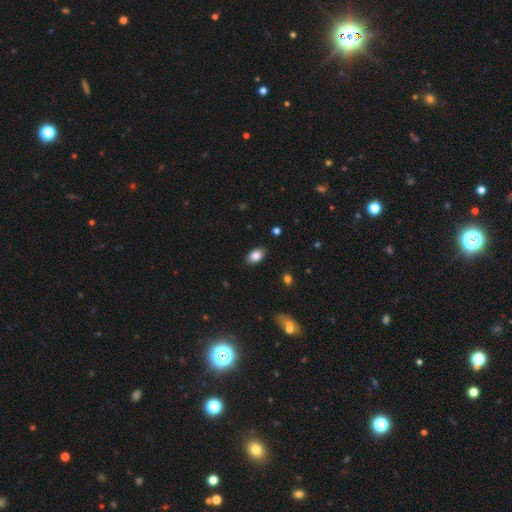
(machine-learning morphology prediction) smooth-or-featured: smooth: 85% | star or artifact: 8% | featured or disk: 7%
  how-rounded: in between: 90% | round: 8% | cigar-shaped: 2%
  merging: none: 86% | minor disturbance: 10% | major disturbance: 2% | merger: 1%